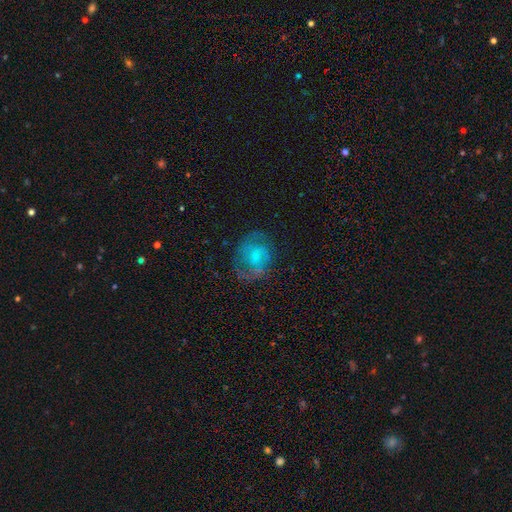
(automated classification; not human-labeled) Smooth or featured?
  - featured or disk: 68% *
  - smooth: 23%
  - star or artifact: 9%
Edge-on disk?
  - no: 98% *
  - yes: 2%
Bar?
  - no: 51% *
  - weak: 42%
  - strong: 7%
Spiral arms?
  - yes: 85% *
  - no: 15%
Spiral winding?
  - medium: 48% *
  - tight: 34%
  - loose: 18%
Spiral arm count?
  - 2: 70% *
  - can't tell: 17%
  - 1: 5%
  - 3: 4%
  - 4: 2%
  - more than 4: 2%
Bulge size?
  - small: 48% *
  - moderate: 25%
  - none: 23%
  - large: 3%
  - dominant: 1%
Merging?
  - none: 70% *
  - minor disturbance: 18%
  - major disturbance: 11%
  - merger: 2%